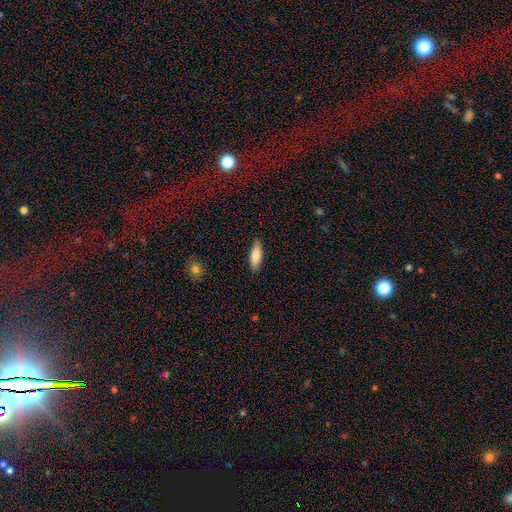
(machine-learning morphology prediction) Q: Smooth or featured?
A: smooth (81%); runner-up: featured or disk (13%)
Q: How rounded?
A: in between (59%); runner-up: cigar-shaped (40%)
Q: Merging?
A: none (88%); runner-up: minor disturbance (9%)